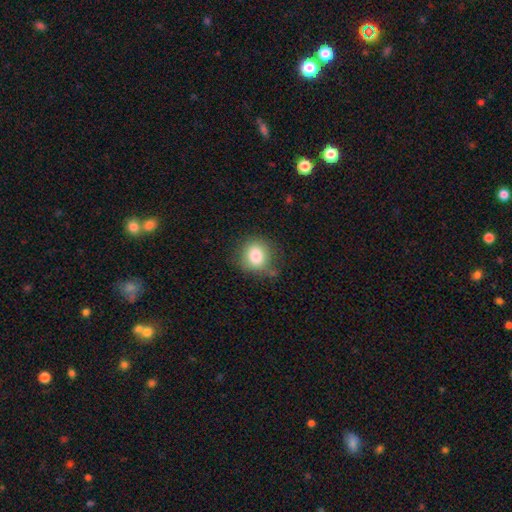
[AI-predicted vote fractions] Q: Smooth or featured?
A: smooth (81%); runner-up: star or artifact (10%)
Q: How rounded?
A: round (80%); runner-up: in between (19%)
Q: Merging?
A: none (74%); runner-up: minor disturbance (18%)